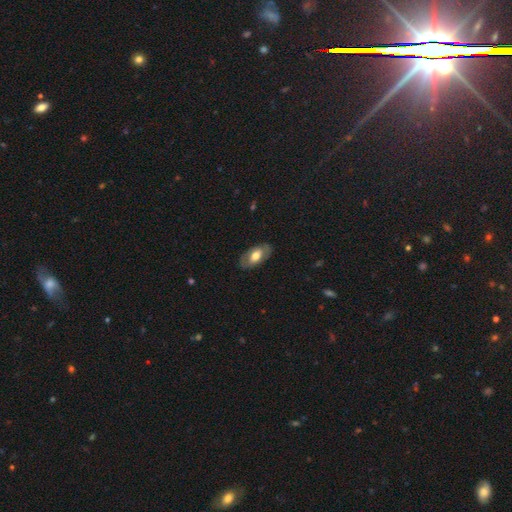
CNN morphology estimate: Smooth or featured? Predicted: smooth (p=0.51). How rounded? Predicted: in between (p=0.92). Merging? Predicted: none (p=0.82).